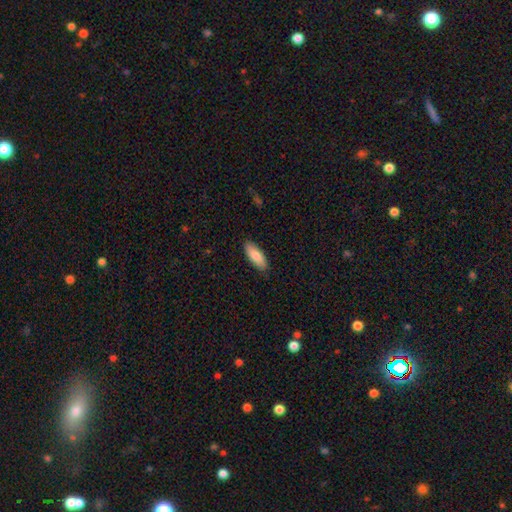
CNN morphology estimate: This appears to be a smooth galaxy with no disk features (85%) that is in between round and cigar-shaped (72%). Merging: none (88%).